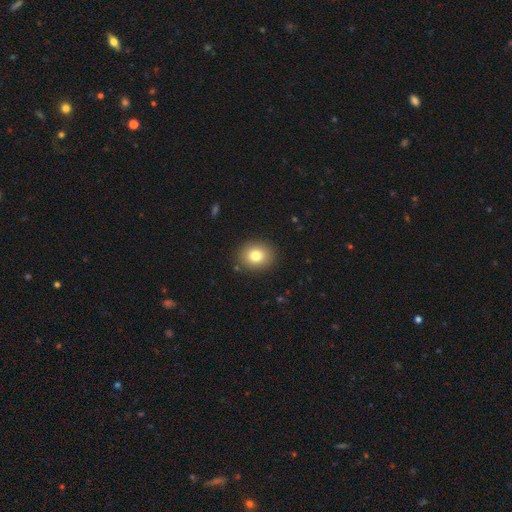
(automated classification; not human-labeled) Morphology: type=smooth (80%); roundness=round (64%); merging=none (89%).